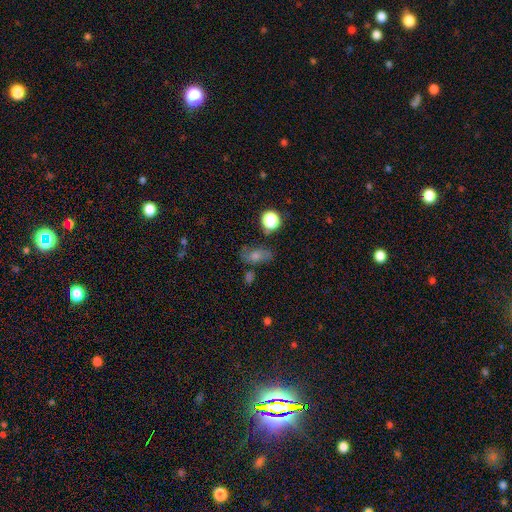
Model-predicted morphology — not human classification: Smooth or featured? Predicted: smooth (p=0.42). Merging? Predicted: none (p=0.65).